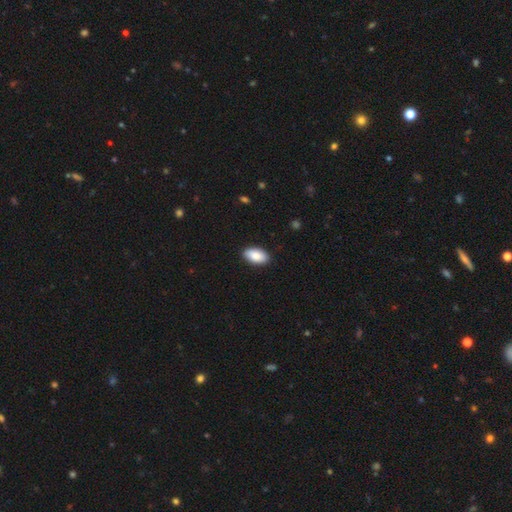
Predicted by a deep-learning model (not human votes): Smooth or featured?
  - smooth: 88% *
  - star or artifact: 6%
  - featured or disk: 6%
How rounded?
  - in between: 95% *
  - round: 3%
  - cigar-shaped: 2%
Merging?
  - none: 90% *
  - minor disturbance: 8%
  - major disturbance: 2%
  - merger: 1%